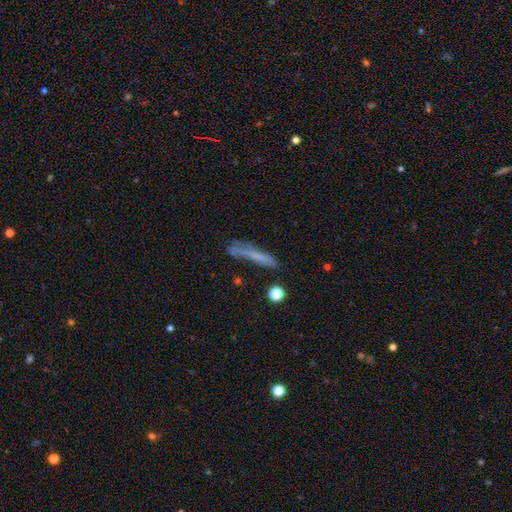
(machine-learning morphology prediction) type=smooth (53%); roundness=cigar-shaped (88%); merging=none (51%).